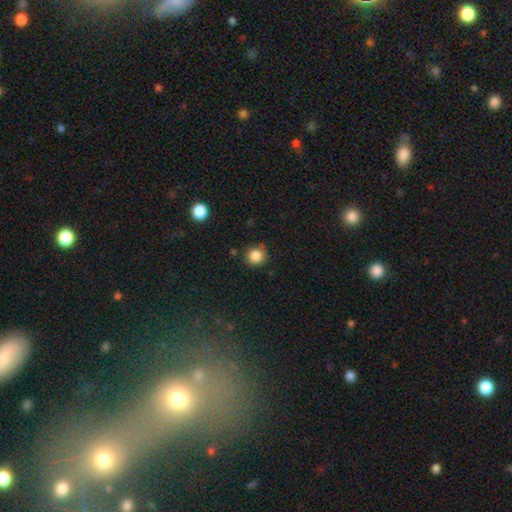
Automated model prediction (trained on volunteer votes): smooth 85%, star or artifact 11%, featured or disk 4%. Down the decision tree: how rounded — round (90%); merging — none (82%).